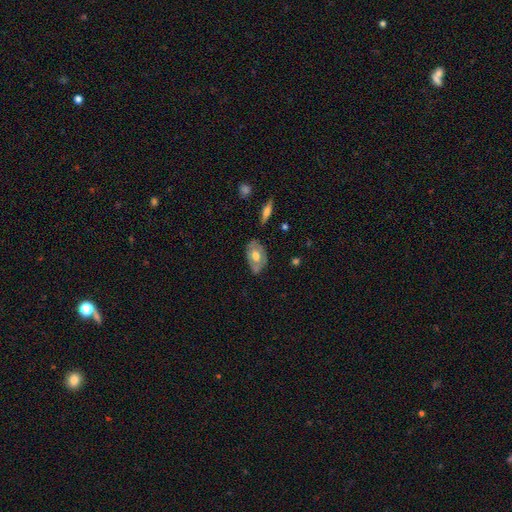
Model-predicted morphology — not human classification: This appears to be a featured or disk galaxy (49%). Merging: none (63%).